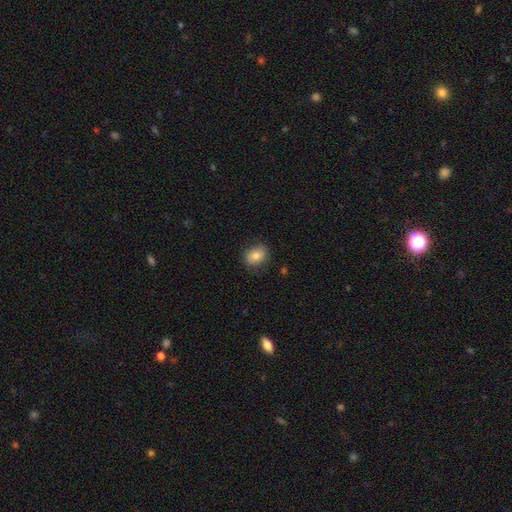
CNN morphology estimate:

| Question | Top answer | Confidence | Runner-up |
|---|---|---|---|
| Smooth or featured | smooth | 81% | featured or disk (10%) |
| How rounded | in between | 56% | round (43%) |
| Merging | none | 83% | minor disturbance (13%) |